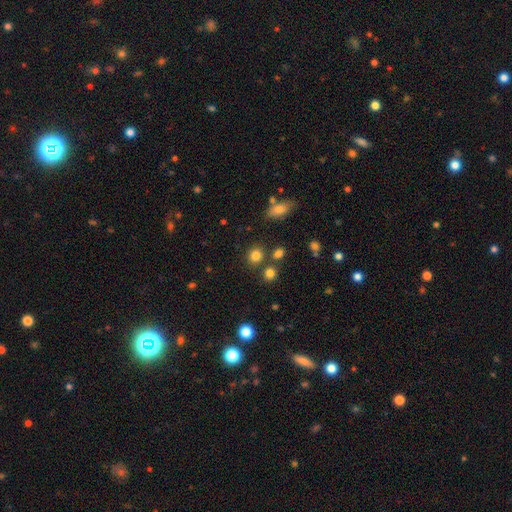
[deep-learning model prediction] This is clearly a smooth galaxy (81%). How rounded: likely round (80%). Merging: likely none (77%).